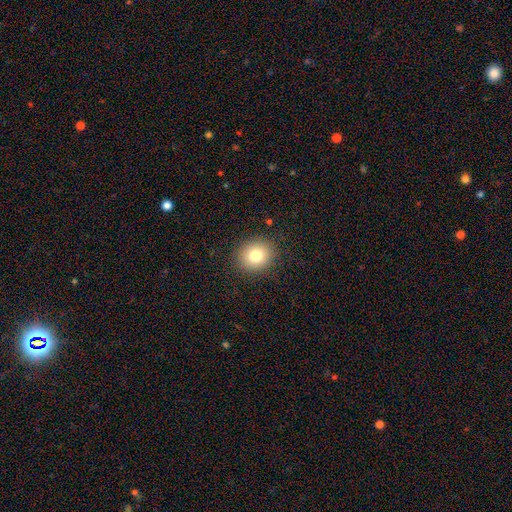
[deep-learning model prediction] smooth 79%, star or artifact 11%, featured or disk 10%. Down the decision tree: how rounded — round (72%); merging — none (89%).